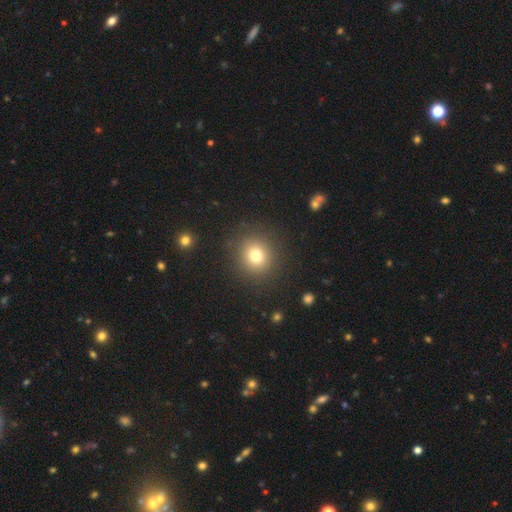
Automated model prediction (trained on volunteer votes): smooth 76%, star or artifact 15%, featured or disk 9%. Down the decision tree: how rounded — round (89%); merging — none (89%).